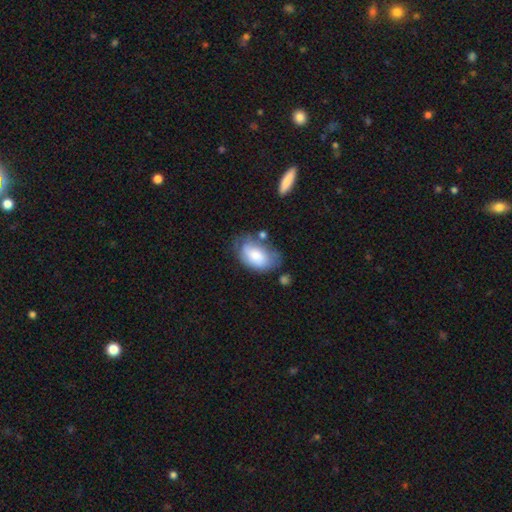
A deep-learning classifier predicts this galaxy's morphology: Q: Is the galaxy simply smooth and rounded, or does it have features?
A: smooth — 68%.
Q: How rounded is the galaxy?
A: in between — 91%.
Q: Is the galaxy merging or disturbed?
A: none — 48%.